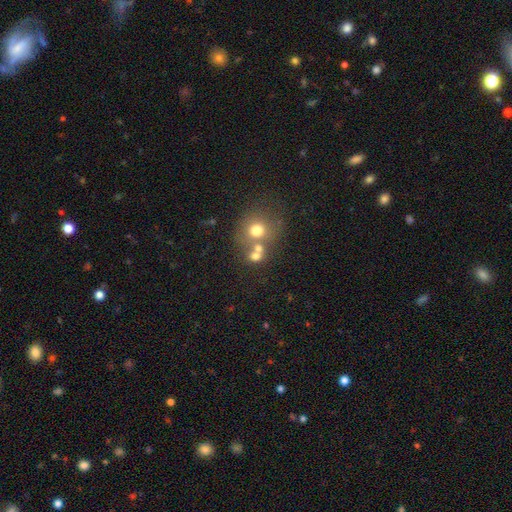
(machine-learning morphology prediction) Overall: smooth (67%). How rounded: round (77%). Merging: merger (43%, tied with none).